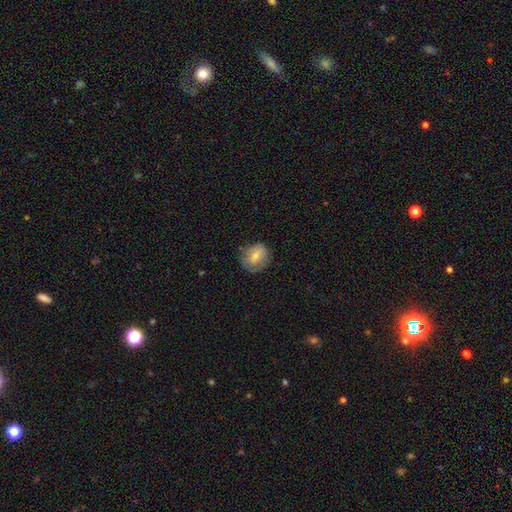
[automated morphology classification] Smooth or featured? smooth (71%)
How rounded? round (74%)
Merging? none (74%)